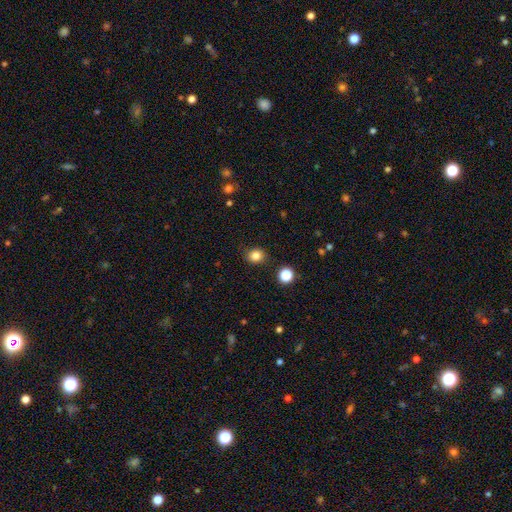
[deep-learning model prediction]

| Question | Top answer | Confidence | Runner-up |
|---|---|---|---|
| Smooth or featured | smooth | 83% | star or artifact (12%) |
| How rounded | round | 70% | in between (29%) |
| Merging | none | 86% | minor disturbance (10%) |